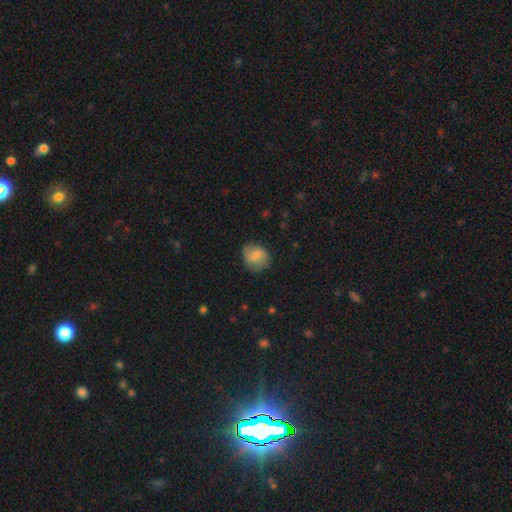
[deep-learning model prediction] The model was most divided on "how rounded": round: 74%, in between: 25%, cigar-shaped: 1%. More confident: smooth or featured — smooth (76%); merging — none (73%).